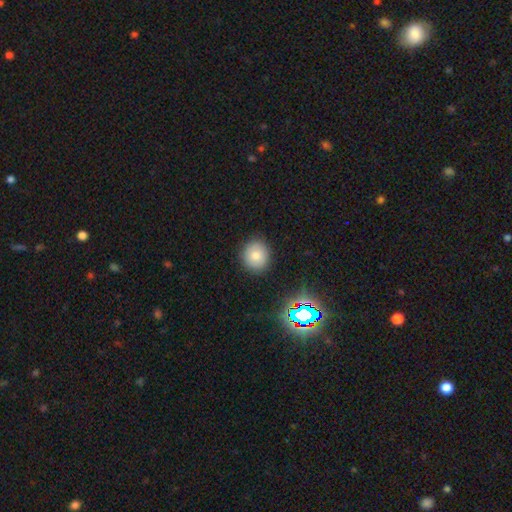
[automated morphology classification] Q: Smooth or featured?
A: smooth (76%); runner-up: star or artifact (13%)
Q: How rounded?
A: round (83%); runner-up: in between (16%)
Q: Merging?
A: none (89%); runner-up: minor disturbance (8%)